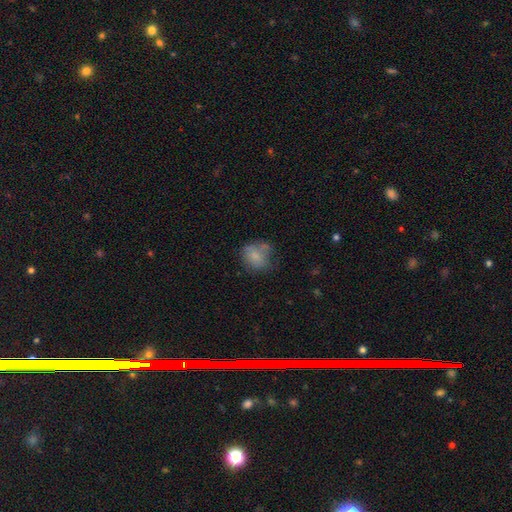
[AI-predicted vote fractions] Smooth or featured: smooth — 73% (featured or disk — 17%)
How rounded: round — 69% (in between — 30%)
Merging: none — 49% (minor disturbance — 27%)